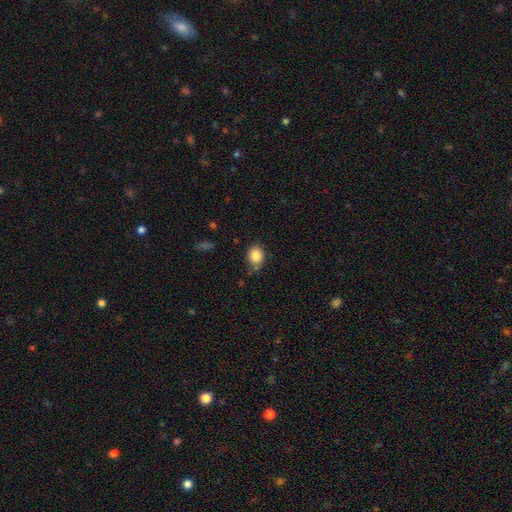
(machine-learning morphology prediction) This is clearly a smooth galaxy (85%). How rounded: possibly round (56%). Merging: likely none (75%).